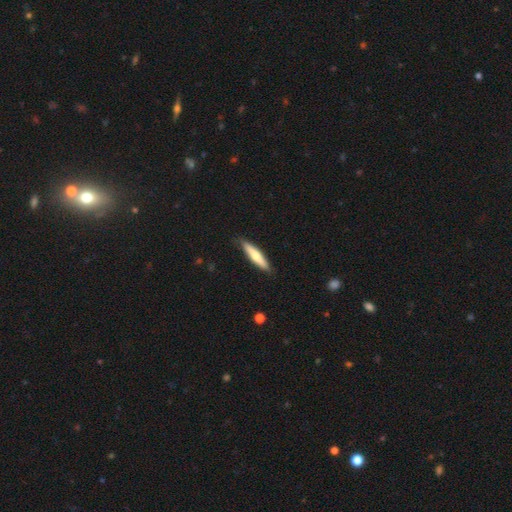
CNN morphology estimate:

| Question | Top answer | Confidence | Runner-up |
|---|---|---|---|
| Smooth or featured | smooth | 55% | featured or disk (40%) |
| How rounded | cigar-shaped | 85% | in between (13%) |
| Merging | none | 88% | minor disturbance (10%) |